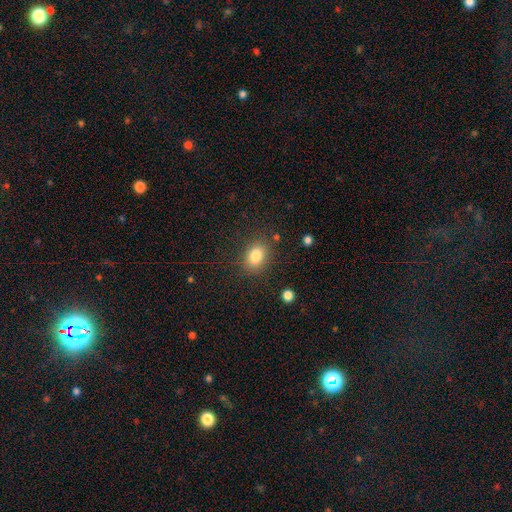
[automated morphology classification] A smooth galaxy with no disk features (83%) that is in between round and cigar-shaped (64%).

Vote fractions:
- Smooth or featured? smooth: 83% / star or artifact: 10% / featured or disk: 7%
- How rounded? in between: 64% / round: 35% / cigar-shaped: 1%
- Merging? none: 82% / minor disturbance: 12% / major disturbance: 4% / merger: 2%